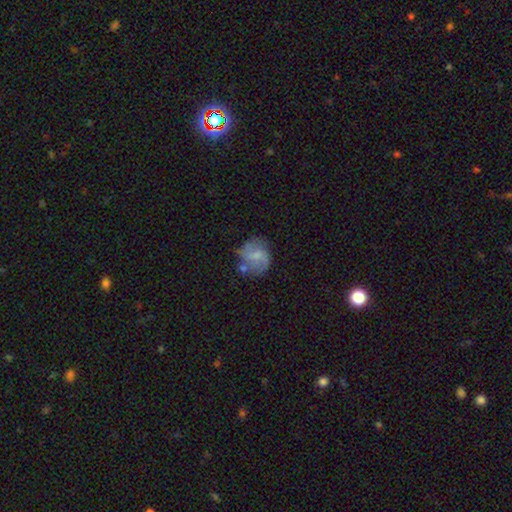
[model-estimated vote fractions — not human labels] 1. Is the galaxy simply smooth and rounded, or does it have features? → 47% featured or disk, 44% smooth, 9% star or artifact.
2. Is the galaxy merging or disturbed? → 55% none, 24% minor disturbance, 13% major disturbance, 8% merger.